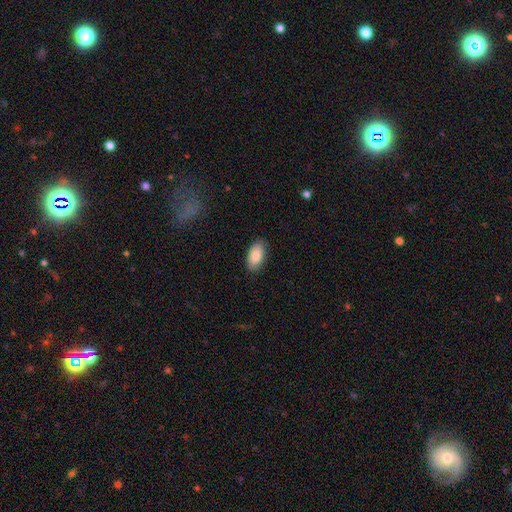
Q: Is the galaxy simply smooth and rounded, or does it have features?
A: smooth — 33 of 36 (92%).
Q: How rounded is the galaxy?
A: in between — 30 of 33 (91%).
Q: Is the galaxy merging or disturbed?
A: none — 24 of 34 (71%).